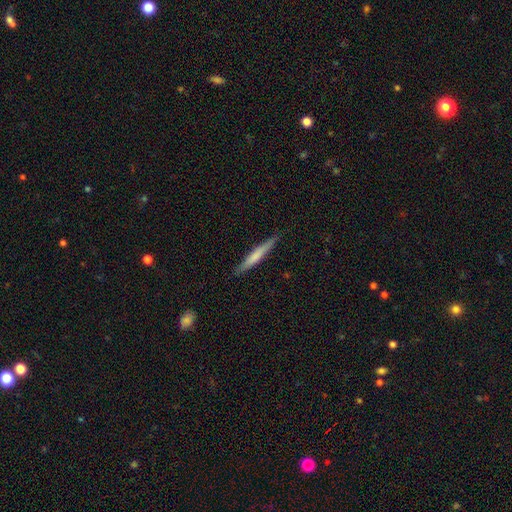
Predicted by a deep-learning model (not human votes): Q: Smooth or featured?
A: smooth (59%); runner-up: featured or disk (35%)
Q: How rounded?
A: cigar-shaped (95%); runner-up: in between (4%)
Q: Merging?
A: none (89%); runner-up: minor disturbance (8%)